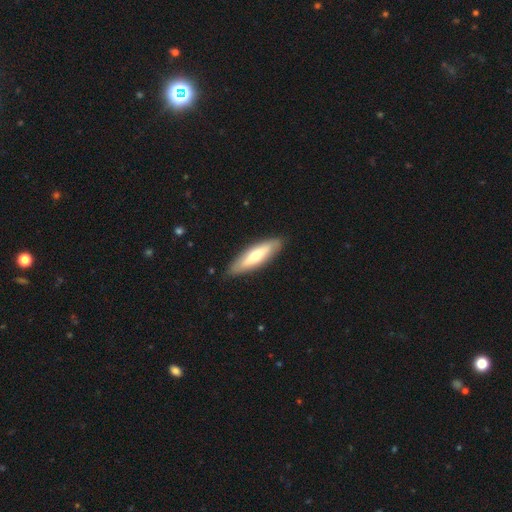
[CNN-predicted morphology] A smooth galaxy with no disk features (59%) that is cigar-shaped (60%).

Vote fractions:
- Smooth or featured? smooth: 59% / featured or disk: 36% / star or artifact: 5%
- How rounded? cigar-shaped: 60% / in between: 39% / round: 2%
- Merging? none: 87% / minor disturbance: 10% / major disturbance: 2% / merger: 1%